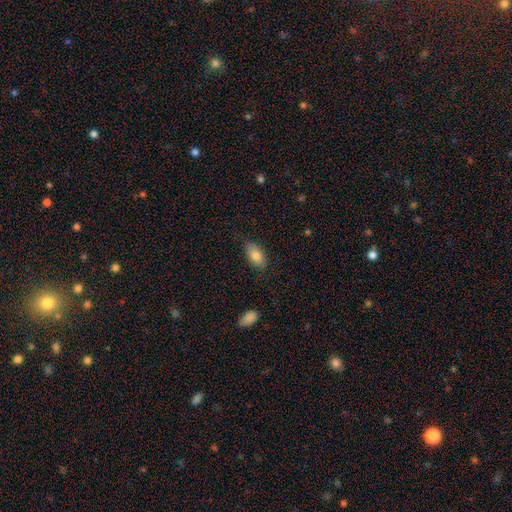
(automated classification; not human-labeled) Smooth or featured? smooth (81%)
How rounded? in between (92%)
Merging? none (81%)